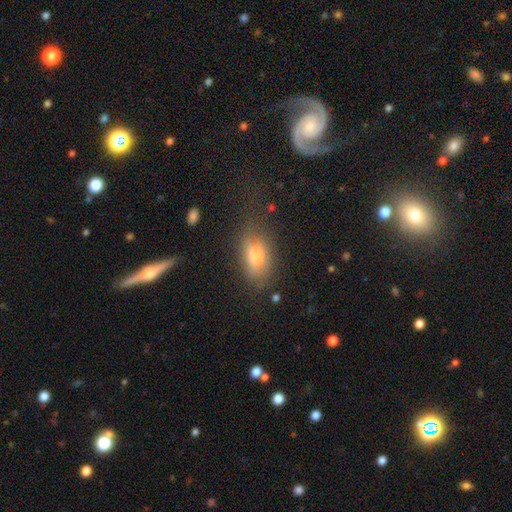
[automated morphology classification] Q: Smooth or featured?
A: smooth (69%); runner-up: featured or disk (21%)
Q: How rounded?
A: in between (86%); runner-up: cigar-shaped (7%)
Q: Merging?
A: none (55%); runner-up: minor disturbance (26%)